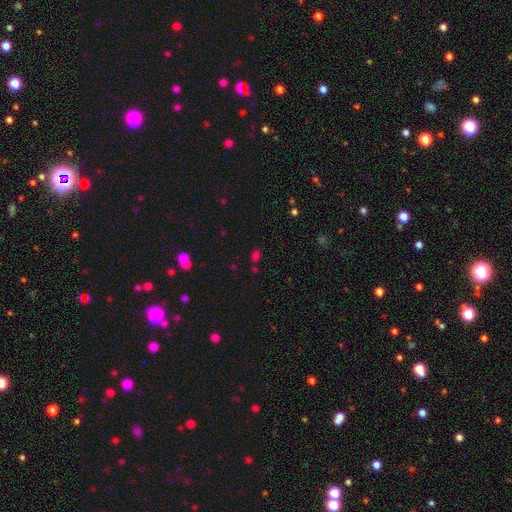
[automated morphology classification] Smooth or featured: smooth — 59% (star or artifact — 34%)
How rounded: in between — 79% (round — 18%)
Merging: none — 64% (merger — 17%)